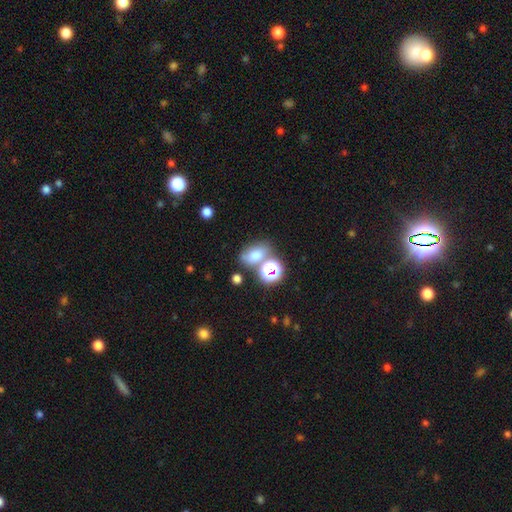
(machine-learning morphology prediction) Smooth or featured?
  - smooth: 65% *
  - star or artifact: 21%
  - featured or disk: 14%
How rounded?
  - in between: 70% *
  - round: 28%
  - cigar-shaped: 2%
Merging?
  - none: 49% *
  - merger: 27%
  - minor disturbance: 16%
  - major disturbance: 9%